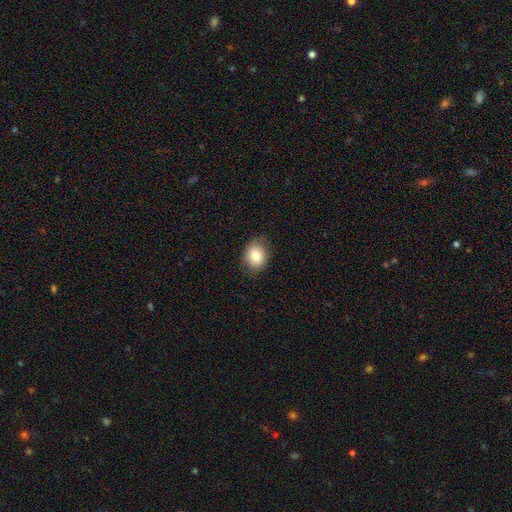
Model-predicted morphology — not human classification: A smooth galaxy with no disk features (81%) that is round (51%).

Vote fractions:
- Smooth or featured? smooth: 81% / featured or disk: 11% / star or artifact: 9%
- How rounded? round: 51% / in between: 48% / cigar-shaped: 1%
- Merging? none: 83% / minor disturbance: 14% / major disturbance: 3% / merger: 1%